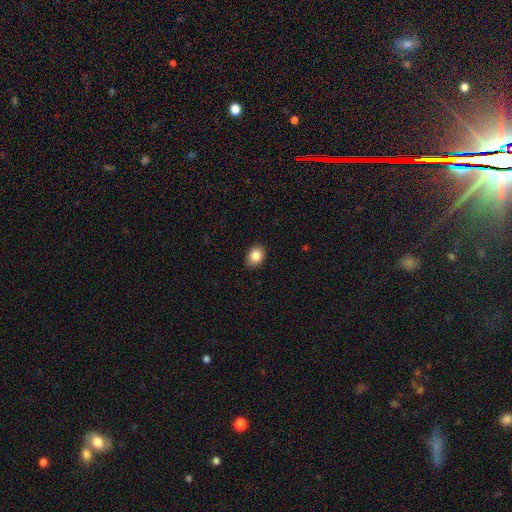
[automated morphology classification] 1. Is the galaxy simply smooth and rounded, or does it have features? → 86% smooth, 8% star or artifact, 5% featured or disk.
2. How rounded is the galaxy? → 69% in between, 30% round, 1% cigar-shaped.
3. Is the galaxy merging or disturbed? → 87% none, 10% minor disturbance, 2% major disturbance, 1% merger.